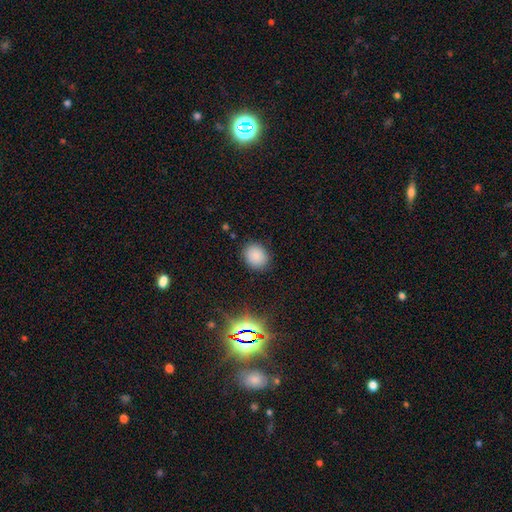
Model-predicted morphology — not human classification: Smooth or featured? Predicted: smooth (p=0.84). How rounded? Predicted: round (p=0.55). Merging? Predicted: none (p=0.86).